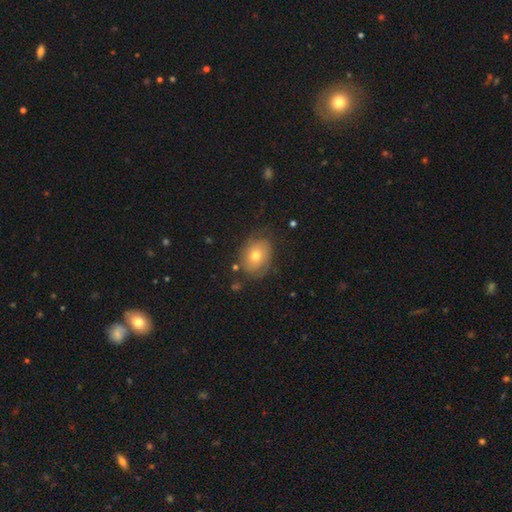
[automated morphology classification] A smooth galaxy with no disk features (64%) that is in between round and cigar-shaped (55%). Merging: none (70%).